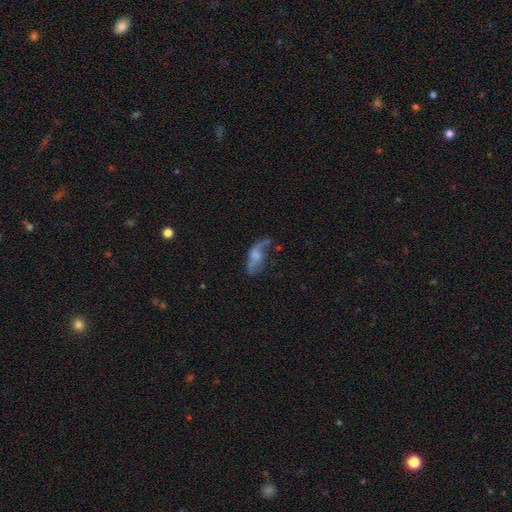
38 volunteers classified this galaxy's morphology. This appears to be a featured or disk galaxy (63%) with no bar (77%), 2 (79%) loose (84%) spiral arms (86%) and no central bulge (50%). Merging: none (56%).